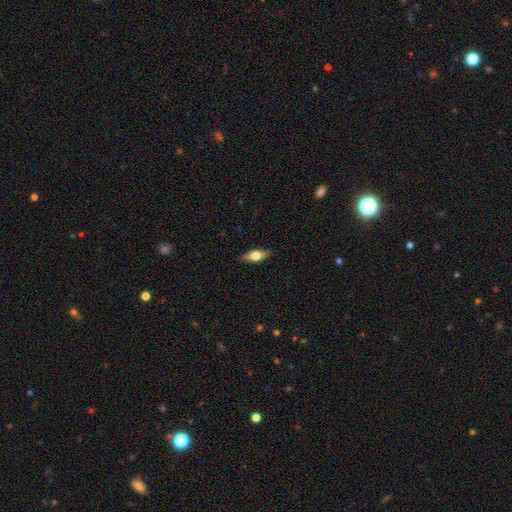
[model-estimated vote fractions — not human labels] The model was most divided on "smooth or featured": smooth: 59%, featured or disk: 35%, star or artifact: 6%. More confident: merging — none (88%); how rounded — in between (72%).